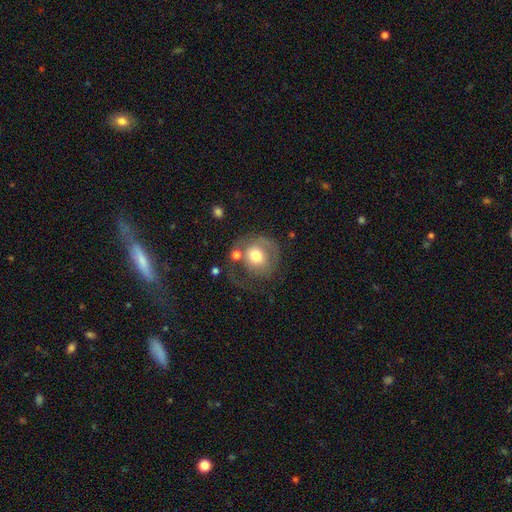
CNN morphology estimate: Smooth or featured? smooth (55%)
How rounded? round (82%)
Merging? none (39%)